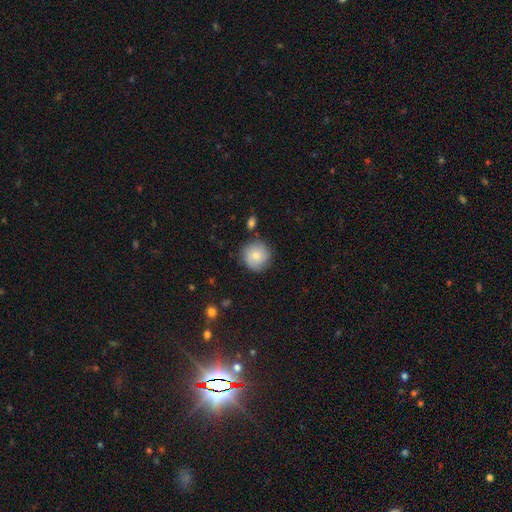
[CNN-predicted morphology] Smooth or featured? smooth (77%)
How rounded? round (94%)
Merging? none (82%)